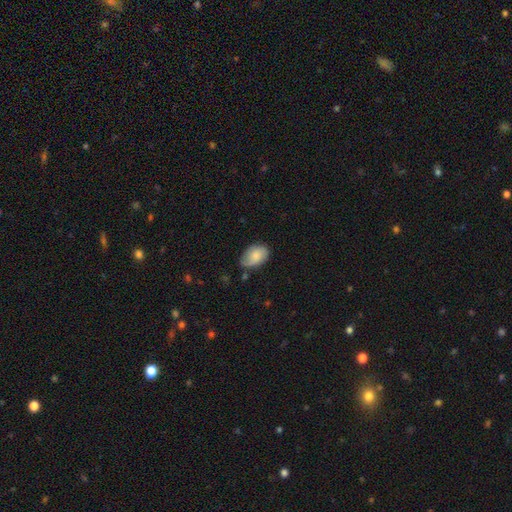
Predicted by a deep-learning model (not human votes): Q: Smooth or featured?
A: smooth (76%); runner-up: featured or disk (18%)
Q: How rounded?
A: in between (88%); runner-up: round (11%)
Q: Merging?
A: none (61%); runner-up: minor disturbance (30%)